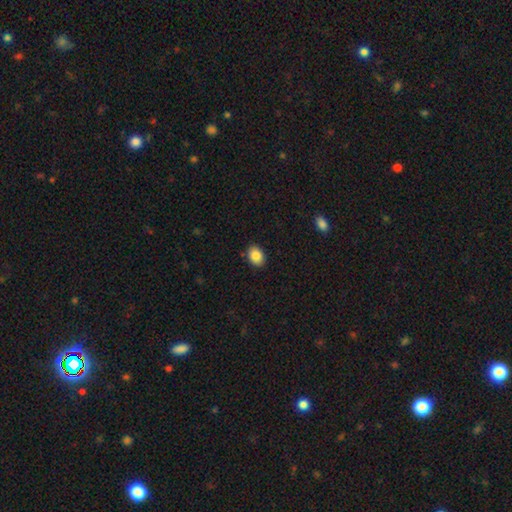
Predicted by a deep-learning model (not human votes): Smooth or featured? smooth (86%)
How rounded? in between (71%)
Merging? none (89%)